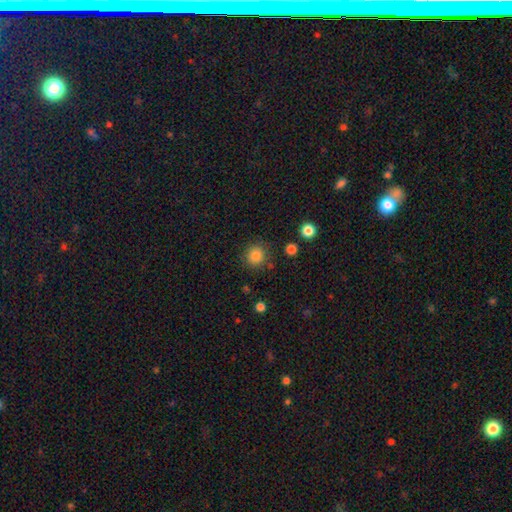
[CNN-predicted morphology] Q: Smooth or featured?
A: smooth (84%); runner-up: star or artifact (11%)
Q: How rounded?
A: round (91%); runner-up: in between (8%)
Q: Merging?
A: none (86%); runner-up: minor disturbance (8%)